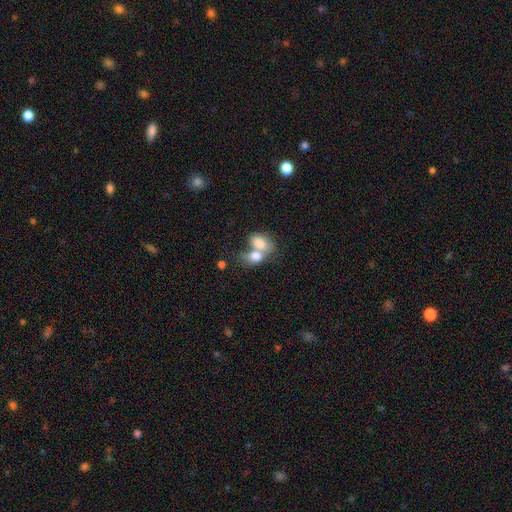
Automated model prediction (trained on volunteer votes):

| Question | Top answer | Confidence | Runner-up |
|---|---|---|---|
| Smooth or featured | smooth | 76% | featured or disk (16%) |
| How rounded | in between | 81% | round (18%) |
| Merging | merger | 71% | none (16%) |